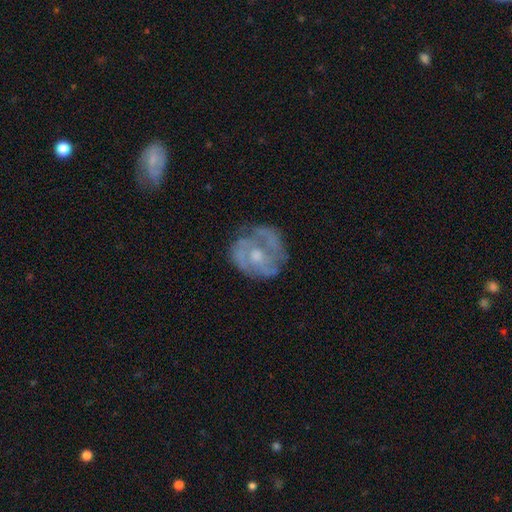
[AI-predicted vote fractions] The model was most divided on "spiral arms": yes: 64%, no: 36%. More confident: edge-on disk — no (97%); bar — no (75%); smooth or featured — featured or disk (71%); merging — none (65%); bulge size — moderate (61%).